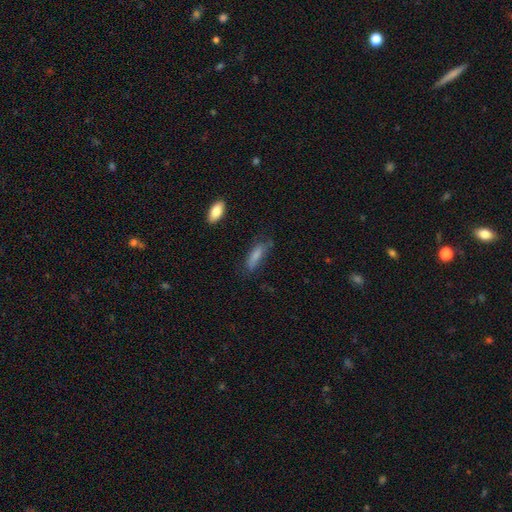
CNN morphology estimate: type=smooth (77%); roundness=in between (49%, tied with cigar-shaped); merging=none (62%).